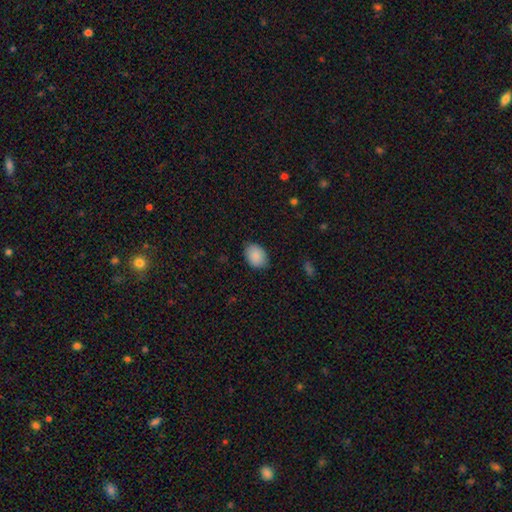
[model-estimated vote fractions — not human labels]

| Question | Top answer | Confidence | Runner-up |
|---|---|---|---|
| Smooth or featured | smooth | 89% | star or artifact (7%) |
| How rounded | in between | 75% | round (24%) |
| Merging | none | 82% | minor disturbance (15%) |